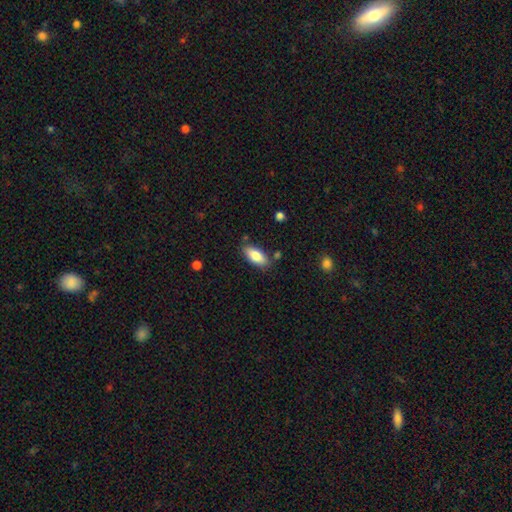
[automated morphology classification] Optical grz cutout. It shows a smooth galaxy with no disk features (82%) that is in between round and cigar-shaped (84%). Merging: none (81%).